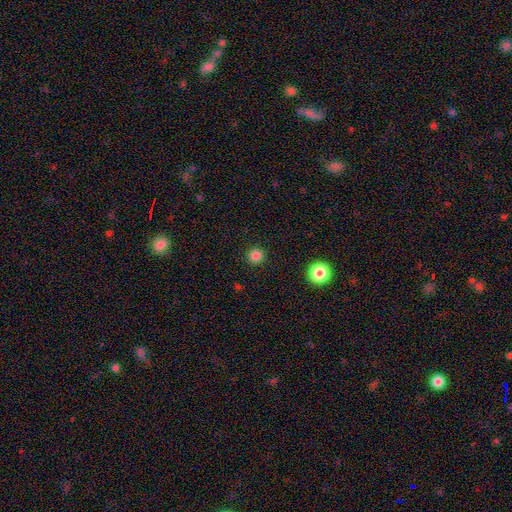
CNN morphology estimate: A smooth galaxy with no disk features (83%) that is round (91%).

Vote fractions:
- Smooth or featured? smooth: 83% / star or artifact: 13% / featured or disk: 4%
- How rounded? round: 91% / in between: 8% / cigar-shaped: 1%
- Merging? none: 91% / minor disturbance: 6% / major disturbance: 2% / merger: 1%